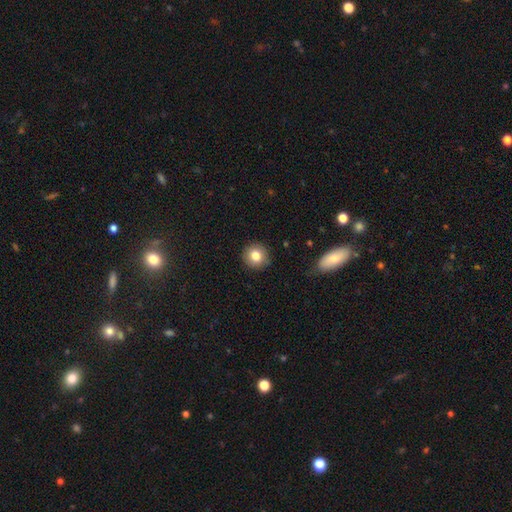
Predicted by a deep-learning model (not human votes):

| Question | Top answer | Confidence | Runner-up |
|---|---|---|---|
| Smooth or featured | smooth | 81% | star or artifact (10%) |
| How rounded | round | 93% | in between (6%) |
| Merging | none | 88% | minor disturbance (8%) |